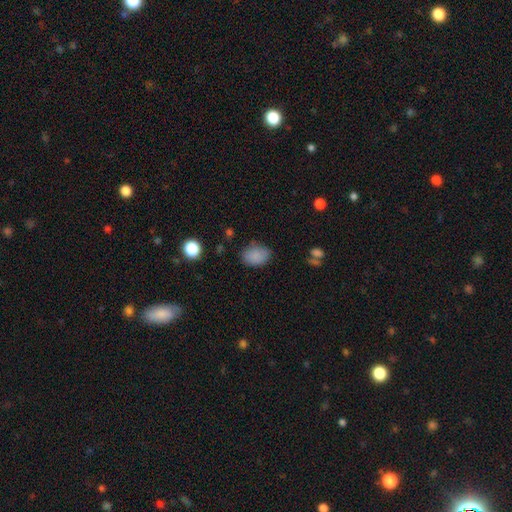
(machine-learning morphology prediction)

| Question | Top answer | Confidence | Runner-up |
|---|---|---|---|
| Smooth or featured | smooth | 85% | star or artifact (10%) |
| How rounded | in between | 78% | round (21%) |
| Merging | none | 76% | minor disturbance (18%) |